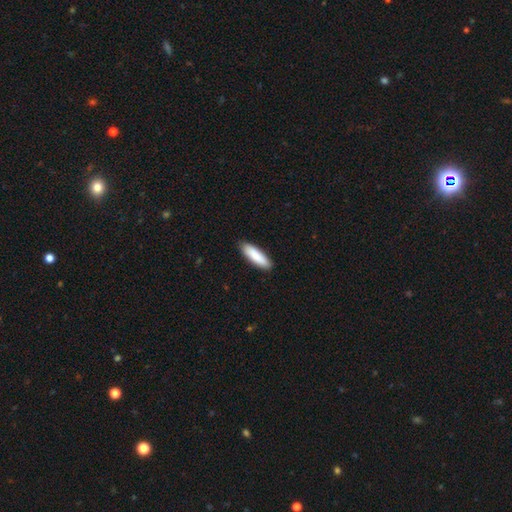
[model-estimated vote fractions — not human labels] smooth 87%, featured or disk 8%, star or artifact 5%. Down the decision tree: how rounded — cigar-shaped (59%); merging — none (89%).